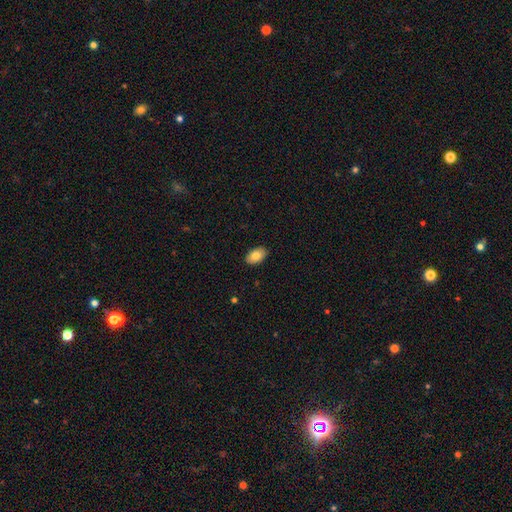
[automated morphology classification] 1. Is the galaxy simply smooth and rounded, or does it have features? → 80% smooth, 13% featured or disk, 7% star or artifact.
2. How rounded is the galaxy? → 92% in between, 7% round, 1% cigar-shaped.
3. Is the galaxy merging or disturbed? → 89% none, 8% minor disturbance, 2% major disturbance, 1% merger.